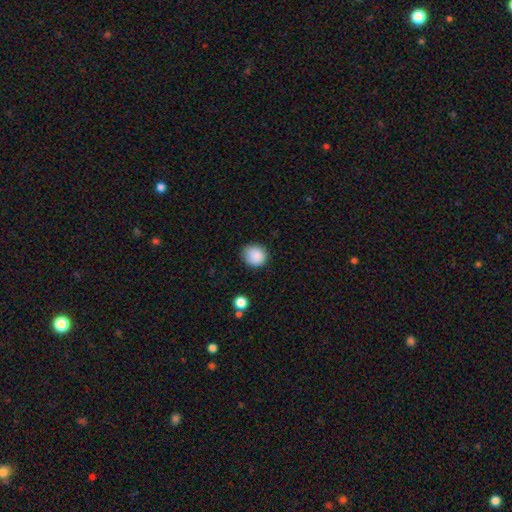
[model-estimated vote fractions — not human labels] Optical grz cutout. It shows a smooth galaxy with no disk features (87%) that is round (85%). Merging: none (82%).